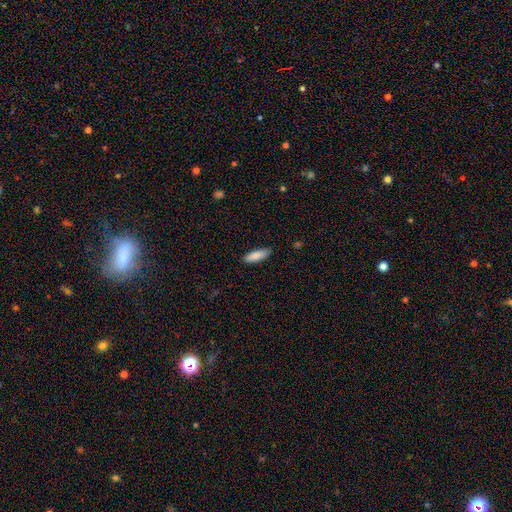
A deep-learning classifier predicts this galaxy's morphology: Q: Smooth or featured?
A: smooth (87%); runner-up: featured or disk (7%)
Q: How rounded?
A: in between (51%); runner-up: cigar-shaped (47%)
Q: Merging?
A: none (87%); runner-up: minor disturbance (10%)